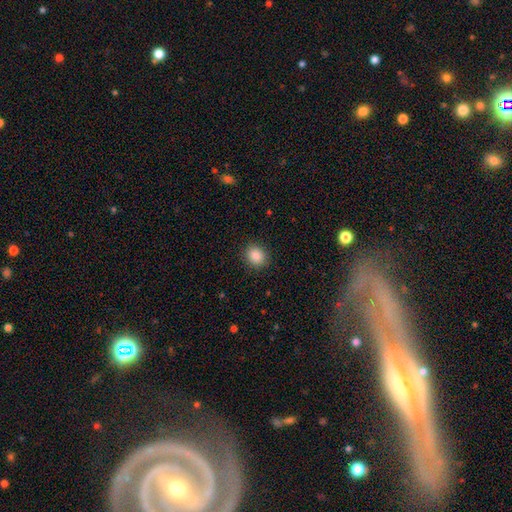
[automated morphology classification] Smooth or featured: smooth — 87% (star or artifact — 9%)
How rounded: round — 67% (in between — 32%)
Merging: none — 89% (minor disturbance — 7%)